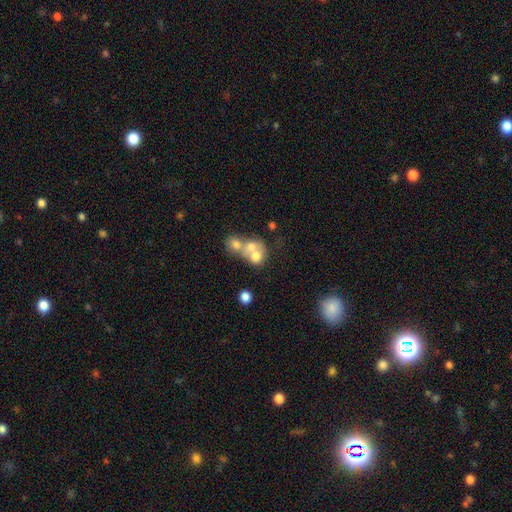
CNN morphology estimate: A smooth galaxy with no disk features (62%) that is round (64%).

Vote fractions:
- Smooth or featured? smooth: 62% / featured or disk: 27% / star or artifact: 11%
- How rounded? round: 64% / in between: 35% / cigar-shaped: 1%
- Merging? merger: 70% / none: 20% / minor disturbance: 6% / major disturbance: 5%